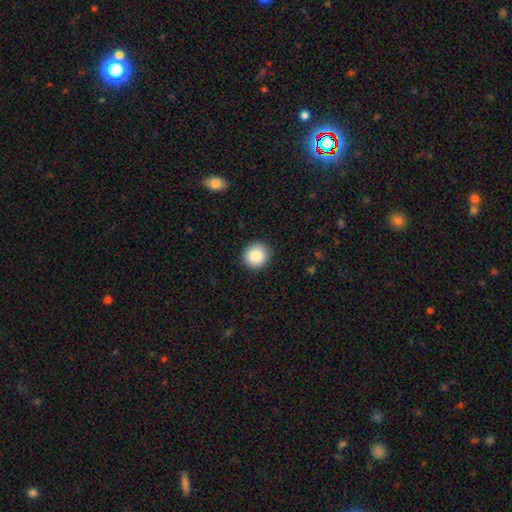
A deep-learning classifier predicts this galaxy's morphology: Smooth or featured?
  - smooth: 88% *
  - star or artifact: 8%
  - featured or disk: 4%
How rounded?
  - round: 92% *
  - in between: 7%
  - cigar-shaped: 1%
Merging?
  - none: 91% *
  - minor disturbance: 6%
  - major disturbance: 2%
  - merger: 1%